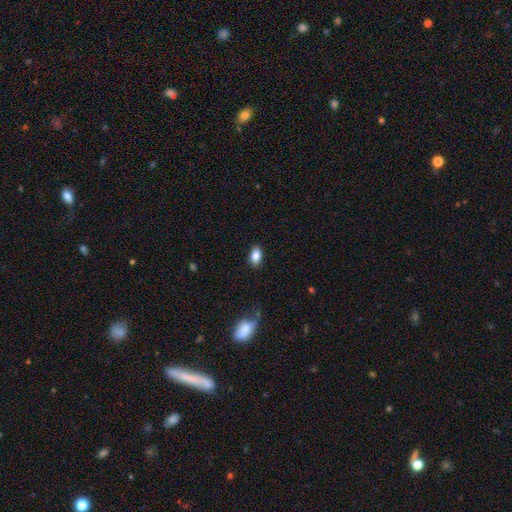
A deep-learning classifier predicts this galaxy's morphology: smooth_or_featured: smooth (p=0.85) [alt: star or artifact p=0.08]
how_rounded: in between (p=0.89) [alt: round p=0.08]
merging: none (p=0.86) [alt: minor disturbance p=0.10]